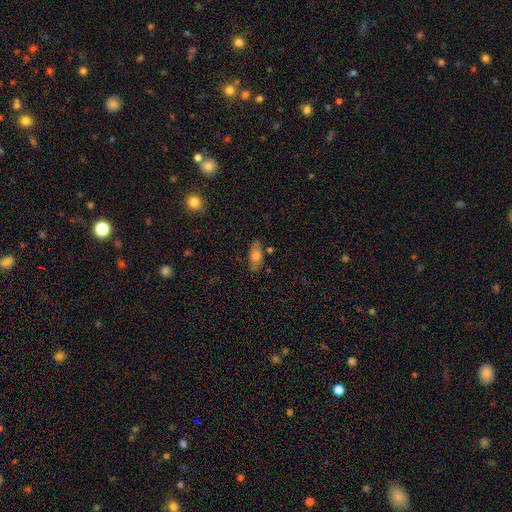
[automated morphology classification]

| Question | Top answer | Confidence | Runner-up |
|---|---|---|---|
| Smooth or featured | smooth | 64% | featured or disk (26%) |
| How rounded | in between | 83% | cigar-shaped (12%) |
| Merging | none | 76% | minor disturbance (16%) |